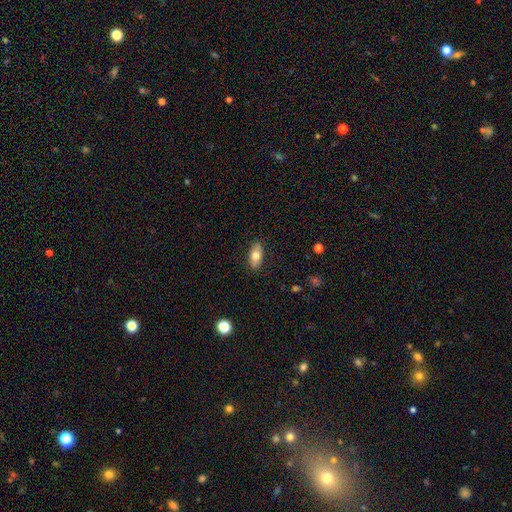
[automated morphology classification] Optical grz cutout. It shows a smooth galaxy with no disk features (74%) that is in between round and cigar-shaped (89%). Merging: none (87%).